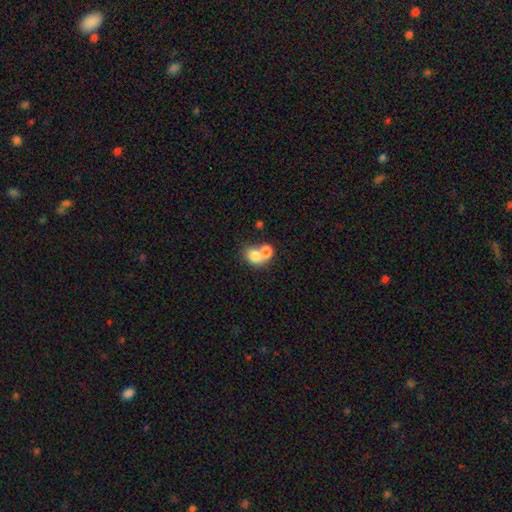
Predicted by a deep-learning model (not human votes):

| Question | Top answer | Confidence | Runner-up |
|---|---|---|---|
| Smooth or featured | smooth | 76% | featured or disk (15%) |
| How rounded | round | 58% | in between (41%) |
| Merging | merger | 65% | none (26%) |